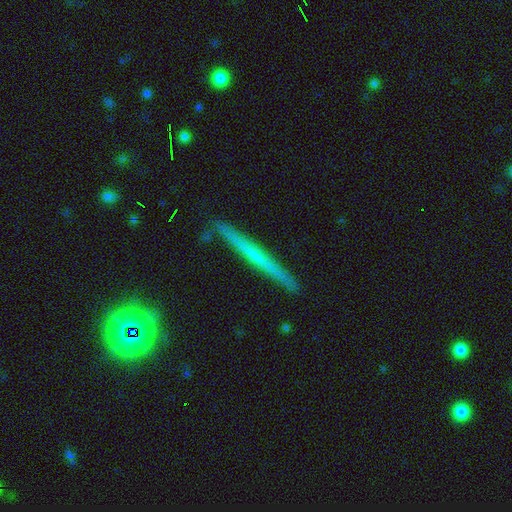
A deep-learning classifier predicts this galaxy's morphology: Smooth or featured?
  - featured or disk: 54% *
  - smooth: 37%
  - star or artifact: 10%
Edge-on disk?
  - yes: 97% *
  - no: 3%
Edge-on bulge?
  - none: 76% *
  - rounded: 18%
  - boxy: 6%
Merging?
  - none: 90% *
  - minor disturbance: 7%
  - major disturbance: 1%
  - merger: 1%